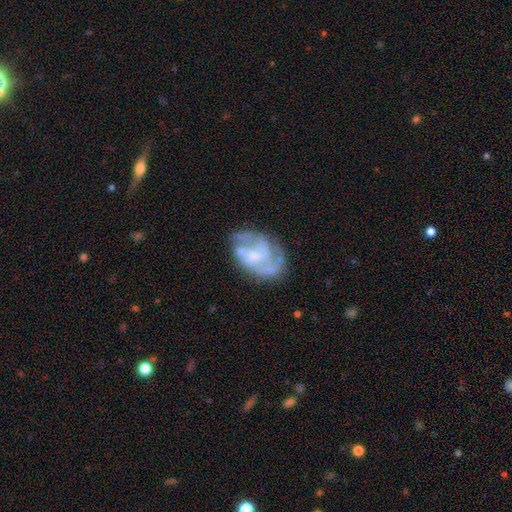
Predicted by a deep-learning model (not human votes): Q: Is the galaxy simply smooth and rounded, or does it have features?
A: featured or disk — 77%.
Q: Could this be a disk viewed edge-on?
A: no — 97%.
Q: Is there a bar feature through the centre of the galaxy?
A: no — 51%.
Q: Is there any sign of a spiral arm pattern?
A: yes — 76%.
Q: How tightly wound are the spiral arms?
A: medium — 45%.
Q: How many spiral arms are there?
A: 2 — 34%.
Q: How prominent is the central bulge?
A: small — 51%.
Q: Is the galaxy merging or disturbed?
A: none — 59%.